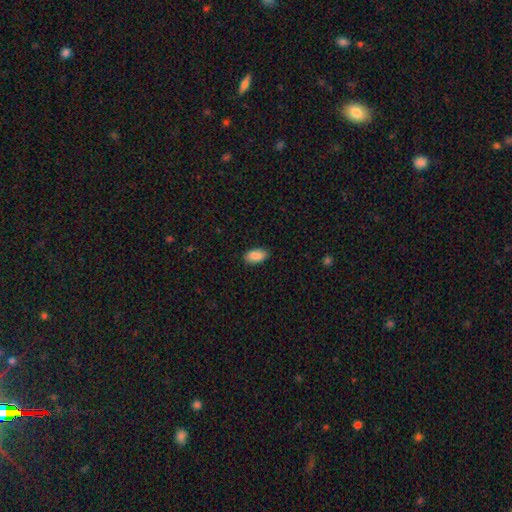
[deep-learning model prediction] Smooth or featured? Predicted: smooth (p=0.89). How rounded? Predicted: in between (p=0.93). Merging? Predicted: none (p=0.86).